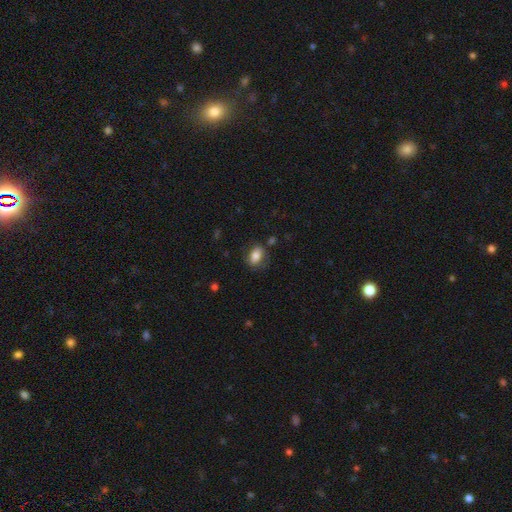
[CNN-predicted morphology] Smooth or featured? smooth (79%)
How rounded? in between (81%)
Merging? none (69%)